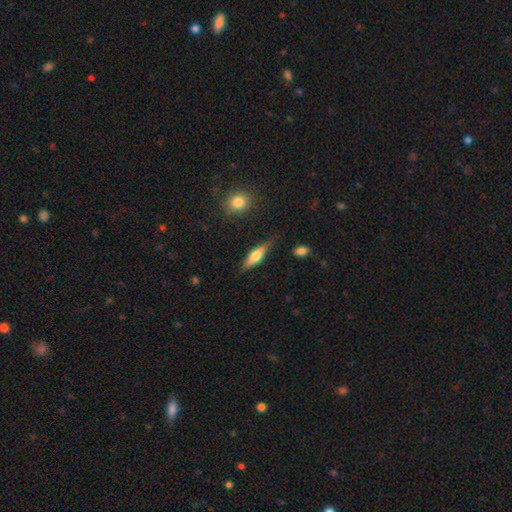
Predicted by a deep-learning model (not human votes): This is possibly a smooth galaxy (51%). How rounded: possibly cigar-shaped (53%). Merging: likely none (77%).